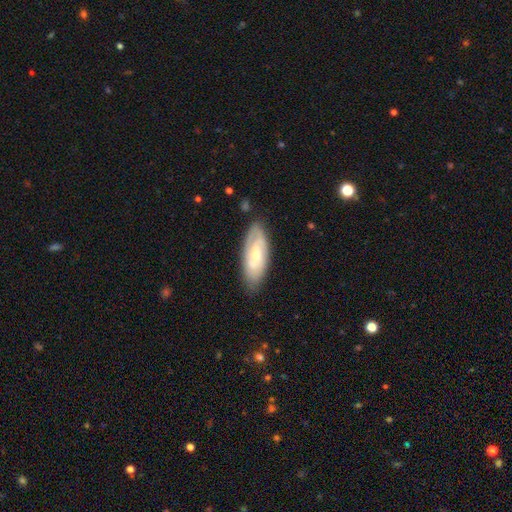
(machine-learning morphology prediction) Smooth or featured? Predicted: featured or disk (p=0.61). Edge-on disk? Predicted: no (p=0.88). Bar? Predicted: no (p=0.55). Spiral arms? Predicted: yes (p=0.81). Bulge size? Predicted: small (p=0.56). Merging? Predicted: none (p=0.79).